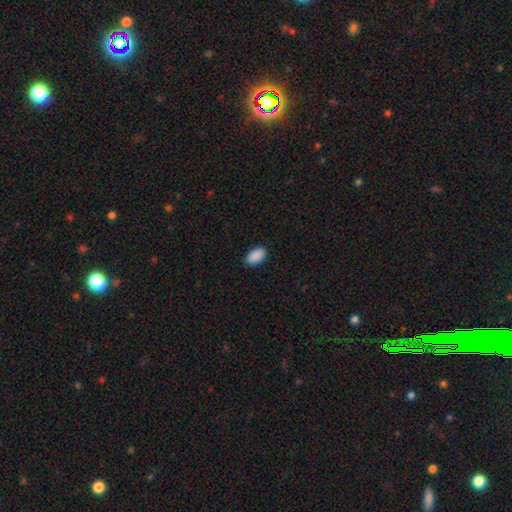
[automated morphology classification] A smooth galaxy with no disk features (91%) that is in between round and cigar-shaped (95%). Merging: none (88%).